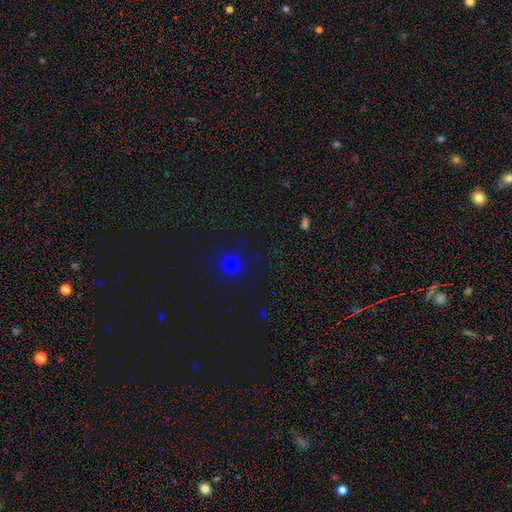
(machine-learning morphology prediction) type=smooth (69%); roundness=round (90%); merging=none (89%).